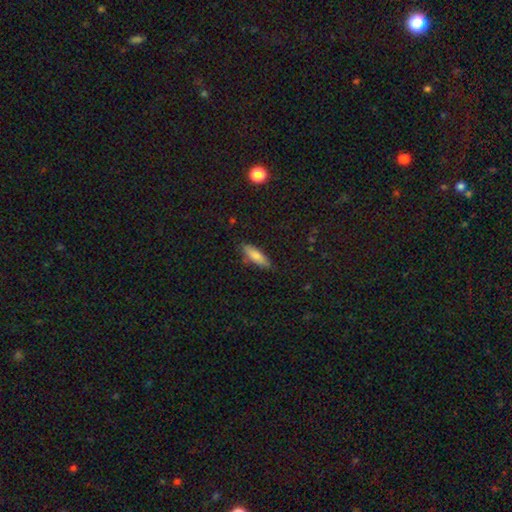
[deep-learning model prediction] Smooth or featured?
  - smooth: 79% *
  - featured or disk: 14%
  - star or artifact: 7%
How rounded?
  - in between: 53% *
  - cigar-shaped: 45%
  - round: 2%
Merging?
  - none: 81% *
  - minor disturbance: 15%
  - major disturbance: 3%
  - merger: 2%